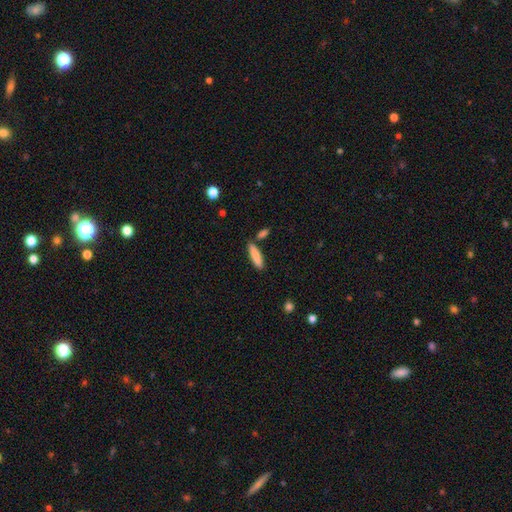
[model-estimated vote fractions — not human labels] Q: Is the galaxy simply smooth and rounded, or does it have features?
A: smooth — 85%.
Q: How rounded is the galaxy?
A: cigar-shaped — 80%.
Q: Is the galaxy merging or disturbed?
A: none — 81%.